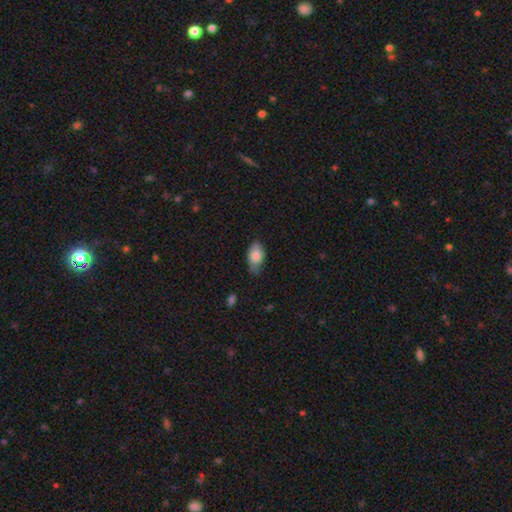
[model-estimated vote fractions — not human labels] Q: Smooth or featured?
A: smooth (80%); runner-up: featured or disk (13%)
Q: How rounded?
A: in between (92%); runner-up: round (6%)
Q: Merging?
A: none (58%); runner-up: minor disturbance (34%)